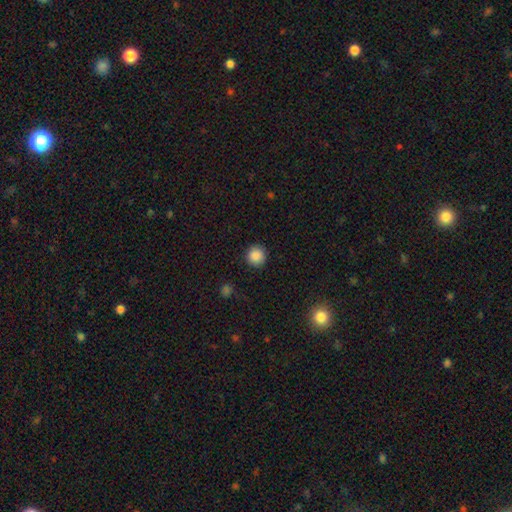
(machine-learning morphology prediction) Smooth or featured? smooth (87%)
How rounded? round (94%)
Merging? none (91%)